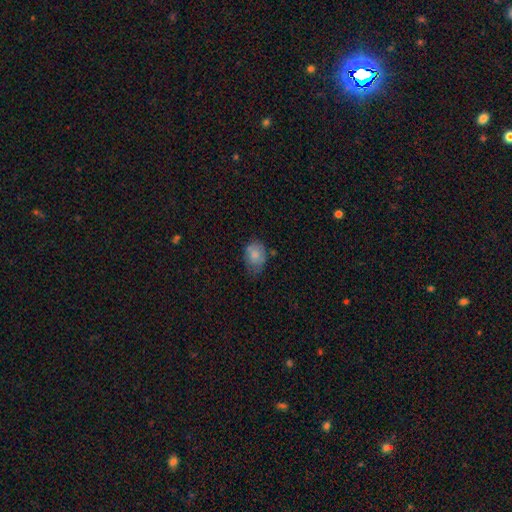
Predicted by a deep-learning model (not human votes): smooth 77%, featured or disk 15%, star or artifact 8%. Down the decision tree: how rounded — in between (65%); merging — none (50%).